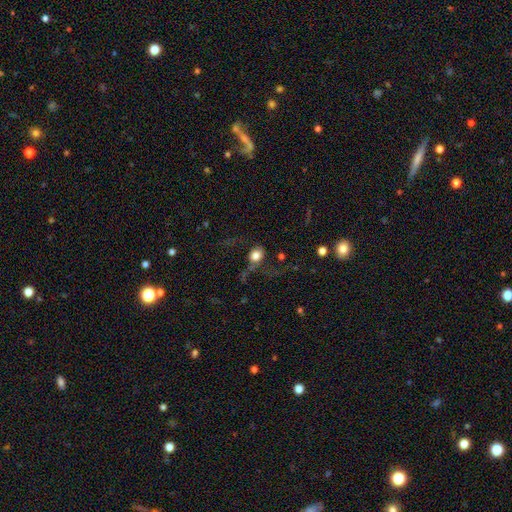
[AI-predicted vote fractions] Overall: smooth (68%). How rounded: round (59%; in between 39%). Merging: major disturbance (41%; none 35%).